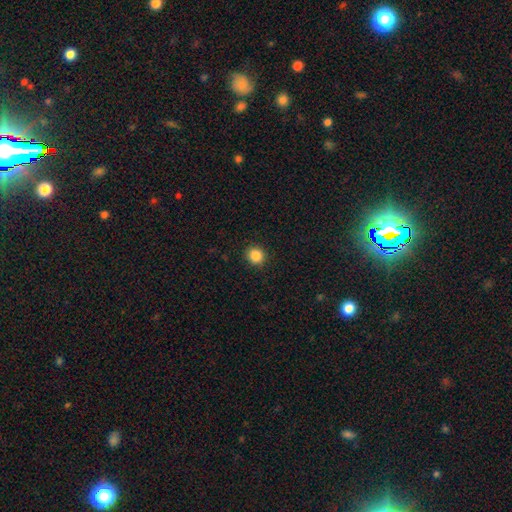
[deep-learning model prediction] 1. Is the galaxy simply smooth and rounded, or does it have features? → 86% smooth, 10% star or artifact, 4% featured or disk.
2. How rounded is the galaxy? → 88% round, 11% in between, 1% cigar-shaped.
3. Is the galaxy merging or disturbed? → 91% none, 6% minor disturbance, 2% major disturbance, 1% merger.